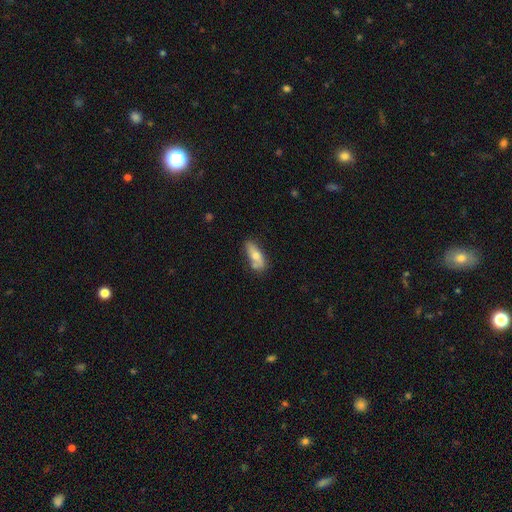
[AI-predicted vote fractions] This is likely a smooth galaxy (63%). How rounded: likely in between (67%). Merging: possibly none (57%).